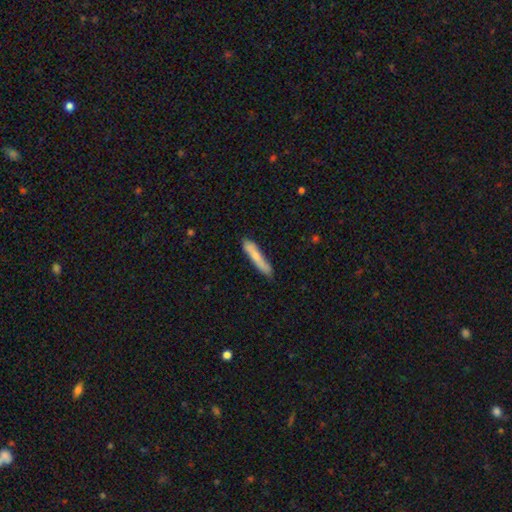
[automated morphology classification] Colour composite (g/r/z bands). It shows a smooth galaxy with no disk features (69%) that is cigar-shaped (91%). Merging: none (78%).